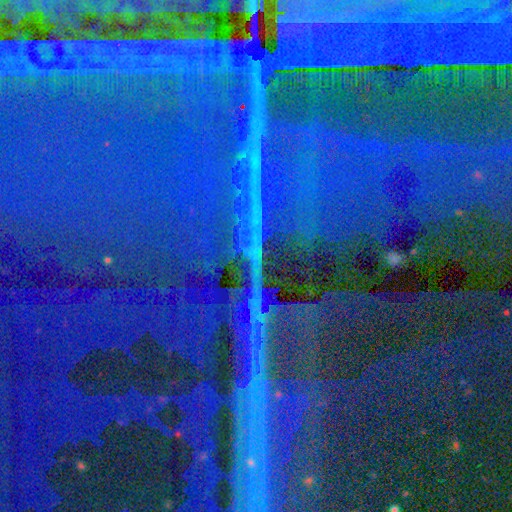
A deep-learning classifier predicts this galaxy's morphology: Smooth or featured?
  - star or artifact: 88% *
  - featured or disk: 6%
  - smooth: 5%